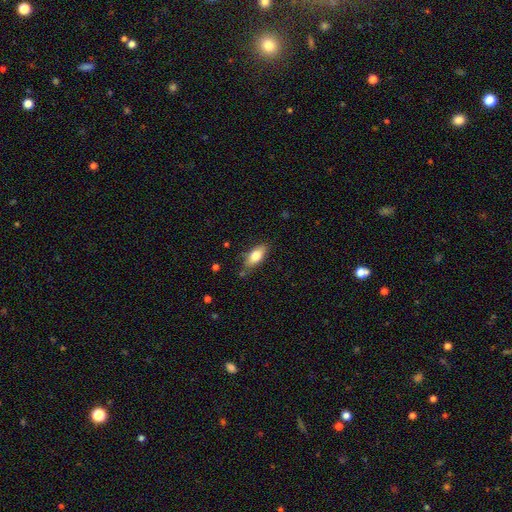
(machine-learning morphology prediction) Overall: smooth (74%). How rounded: in between (79%). Merging: none (77%).